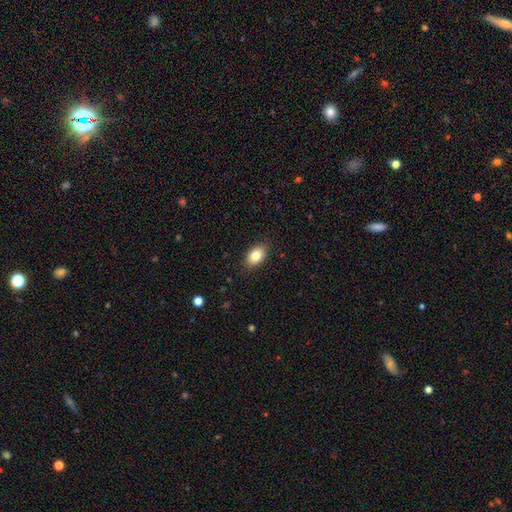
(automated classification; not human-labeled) Smooth or featured? Predicted: smooth (p=0.83). How rounded? Predicted: in between (p=0.87). Merging? Predicted: none (p=0.87).